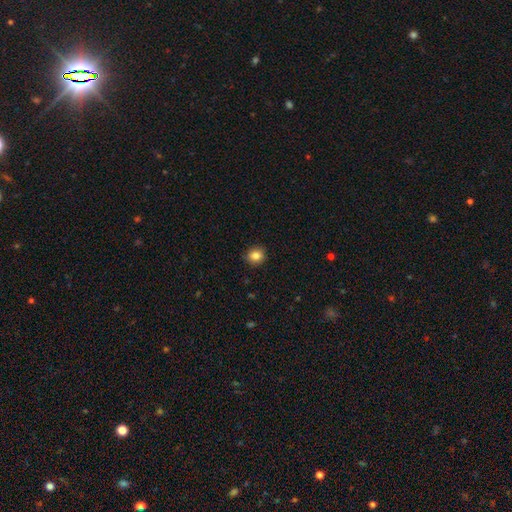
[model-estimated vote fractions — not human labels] Overall: smooth (84%). How rounded: round (84%). Merging: none (90%).